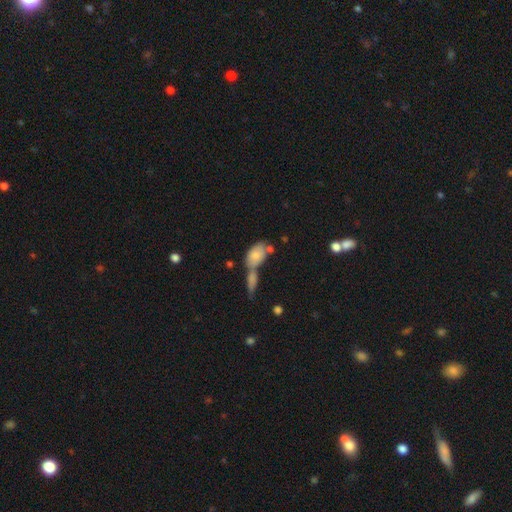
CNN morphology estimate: Smooth or featured? Predicted: smooth (p=0.76). How rounded? Predicted: in between (p=0.89). Merging? Predicted: merger (p=0.47).